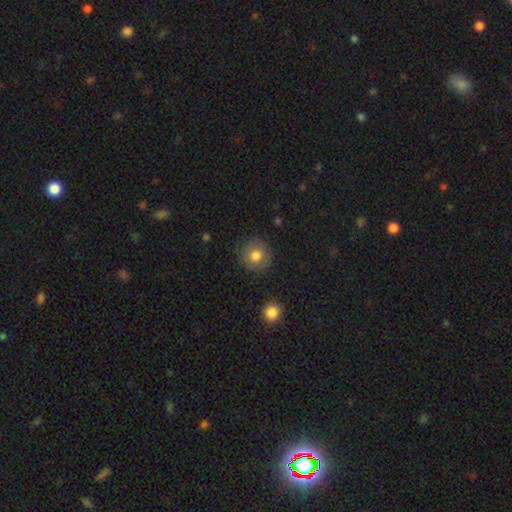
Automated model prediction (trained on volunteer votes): Smooth or featured?
  - smooth: 76% *
  - featured or disk: 15%
  - star or artifact: 9%
How rounded?
  - round: 91% *
  - in between: 8%
  - cigar-shaped: 1%
Merging?
  - none: 86% *
  - minor disturbance: 9%
  - major disturbance: 3%
  - merger: 1%